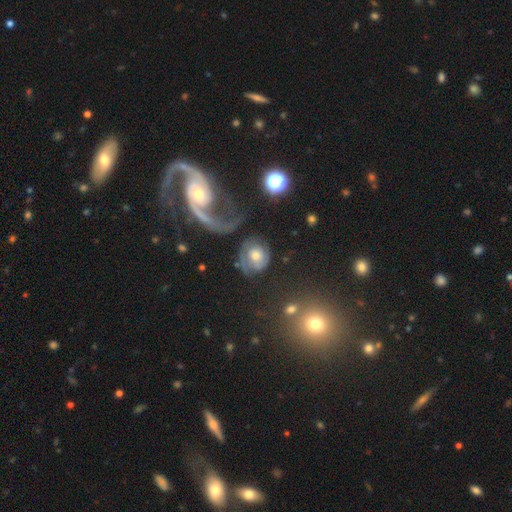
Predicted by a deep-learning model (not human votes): Smooth or featured?
  - featured or disk: 49% *
  - smooth: 40%
  - star or artifact: 11%
Merging?
  - none: 47% *
  - major disturbance: 27%
  - minor disturbance: 17%
  - merger: 9%